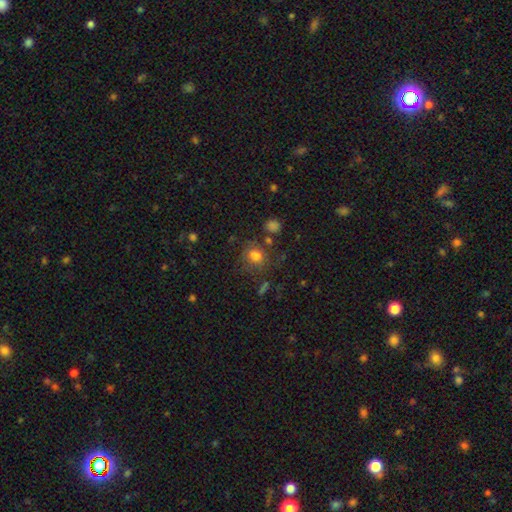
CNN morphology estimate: smooth 73%, star or artifact 14%, featured or disk 13%. Down the decision tree: how rounded — round (61%); merging — none (62%).